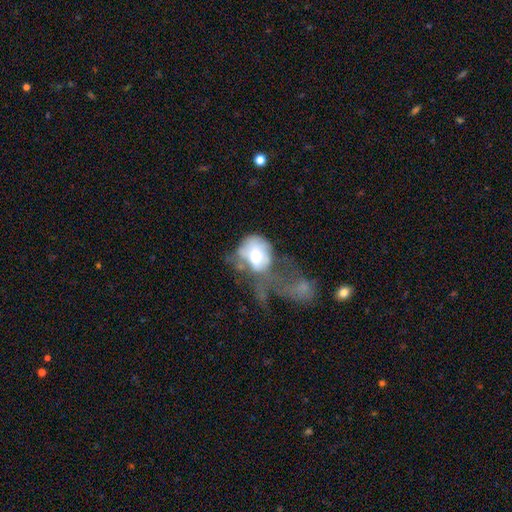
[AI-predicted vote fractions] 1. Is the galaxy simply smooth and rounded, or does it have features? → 53% smooth, 38% featured or disk, 9% star or artifact.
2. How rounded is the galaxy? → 50% in between, 48% round, 1% cigar-shaped.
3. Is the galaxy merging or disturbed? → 54% major disturbance, 28% merger, 9% none, 9% minor disturbance.